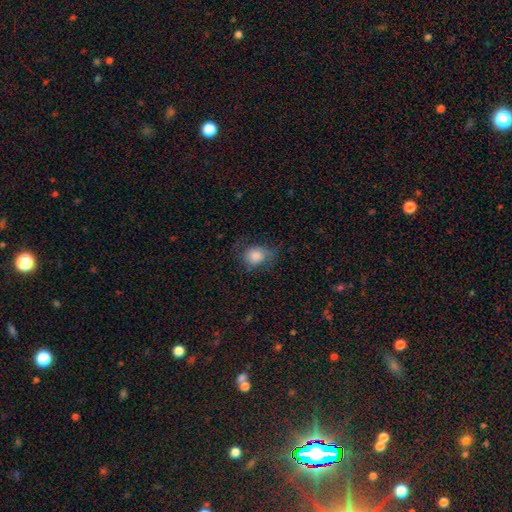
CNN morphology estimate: Smooth or featured? Predicted: smooth (p=0.76). How rounded? Predicted: round (p=0.51). Merging? Predicted: none (p=0.55).